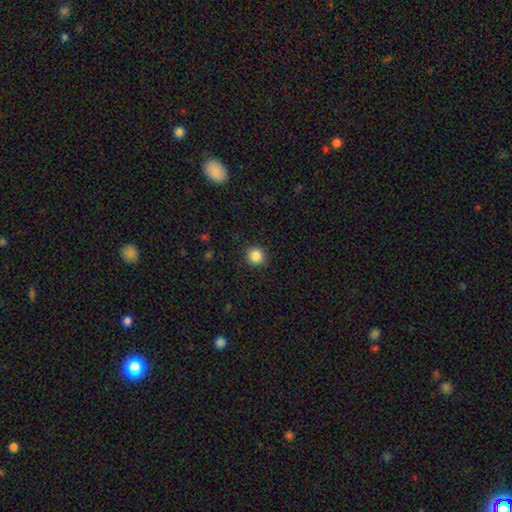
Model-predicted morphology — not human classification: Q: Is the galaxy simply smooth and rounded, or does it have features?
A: smooth — 85%.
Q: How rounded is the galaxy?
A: round — 92%.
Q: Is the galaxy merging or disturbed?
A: none — 91%.